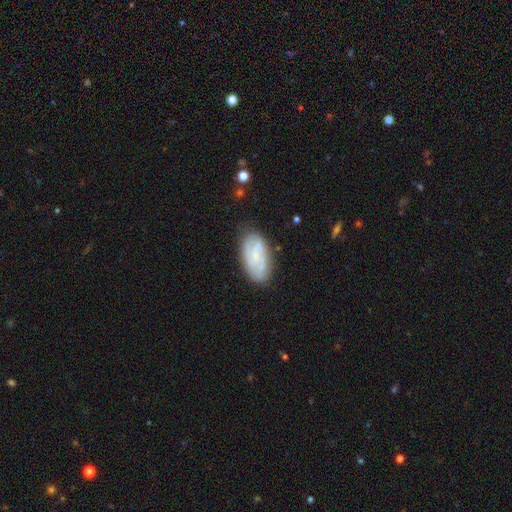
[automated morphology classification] type=featured or disk (56%); edge-on=no (95%); bar=no (56%); spiral arms=yes (75%); bulge=small (58%); merging=none (75%).